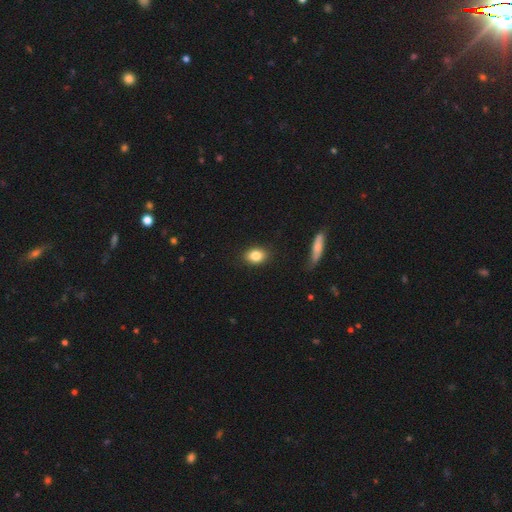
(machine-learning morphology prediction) Q: Smooth or featured?
A: smooth (84%); runner-up: star or artifact (9%)
Q: How rounded?
A: in between (67%); runner-up: round (31%)
Q: Merging?
A: none (87%); runner-up: minor disturbance (9%)